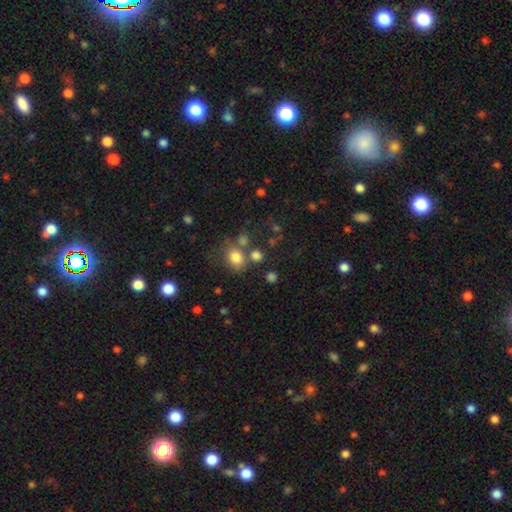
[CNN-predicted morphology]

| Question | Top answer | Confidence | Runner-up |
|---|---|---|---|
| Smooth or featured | smooth | 74% | star or artifact (17%) |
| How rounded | round | 69% | in between (29%) |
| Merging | none | 62% | merger (22%) |